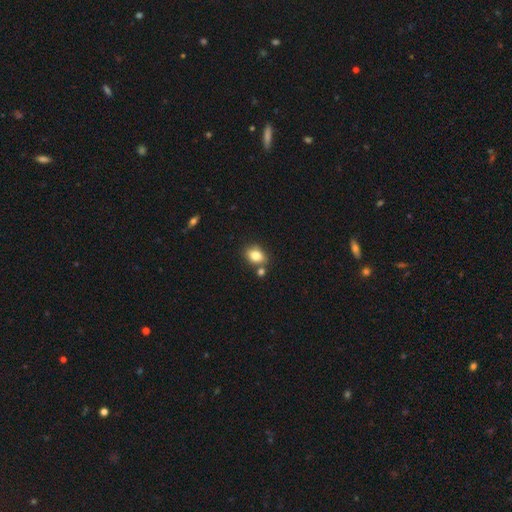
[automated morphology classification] The model was most divided on "how rounded": in between: 71%, round: 28%, cigar-shaped: 1%. More confident: smooth or featured — smooth (82%); merging — none (68%).